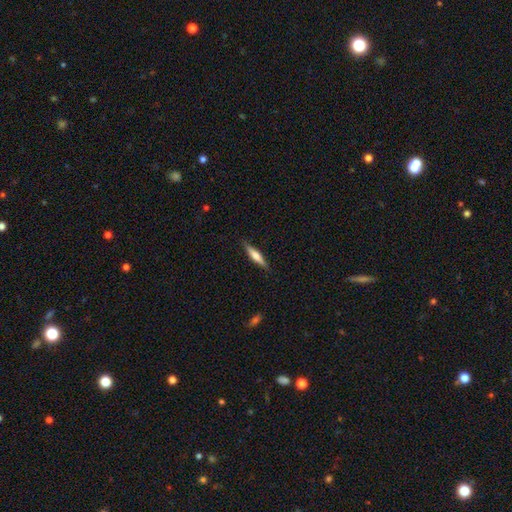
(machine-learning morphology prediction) This appears to be a smooth galaxy with no disk features (51%) that is cigar-shaped (84%). Merging: none (88%).